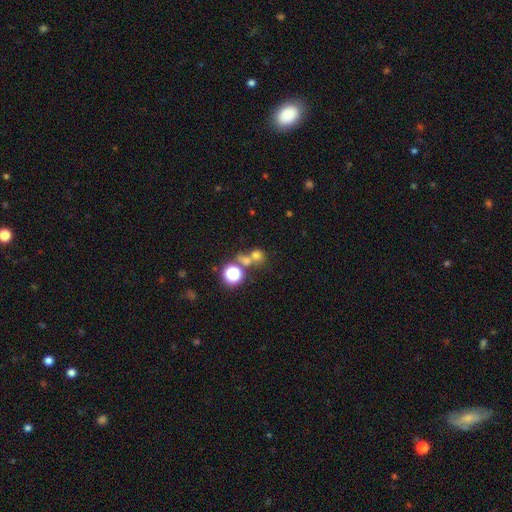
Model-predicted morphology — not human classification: type=smooth (64%); roundness=round (83%); merging=none (50%).